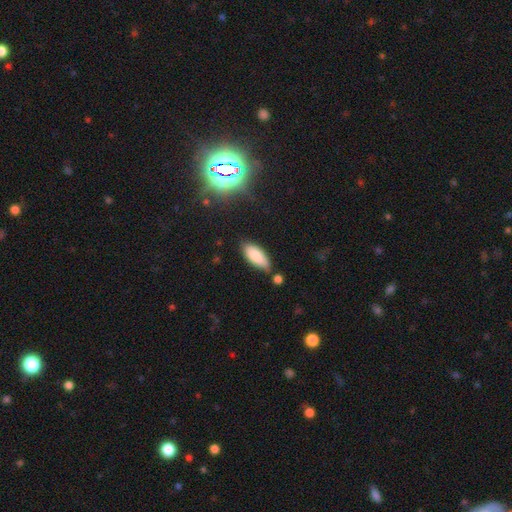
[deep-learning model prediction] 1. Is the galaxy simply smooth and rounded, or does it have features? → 84% smooth, 9% featured or disk, 7% star or artifact.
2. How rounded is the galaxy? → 83% in between, 15% cigar-shaped, 2% round.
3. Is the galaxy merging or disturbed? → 70% none, 20% minor disturbance, 7% merger, 4% major disturbance.